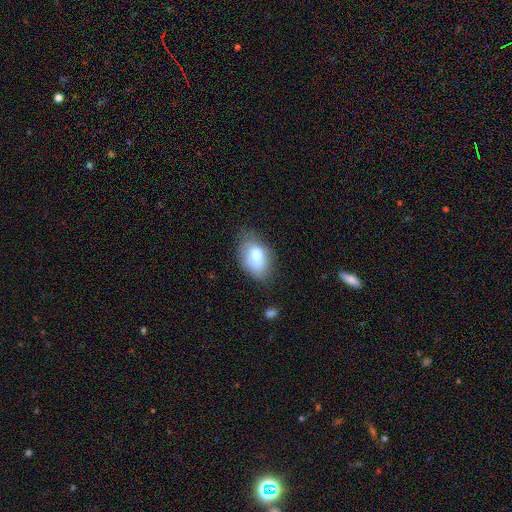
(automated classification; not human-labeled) The model was most divided on "merging": none: 63%, minor disturbance: 26%, major disturbance: 9%, merger: 2%. More confident: how rounded — in between (89%); smooth or featured — smooth (77%).